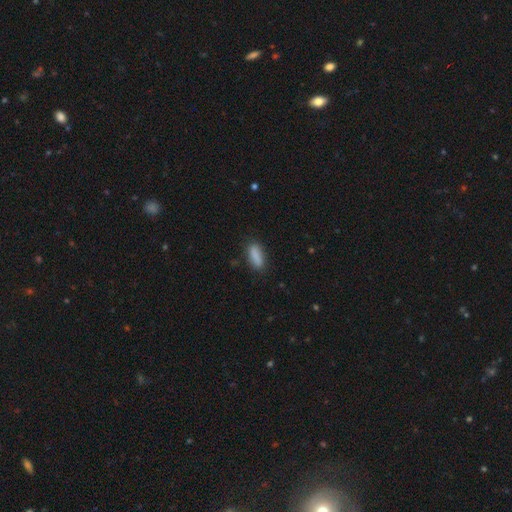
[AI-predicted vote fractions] Overall: smooth (87%). How rounded: in between (68%; cigar-shaped 30%). Merging: none (83%).